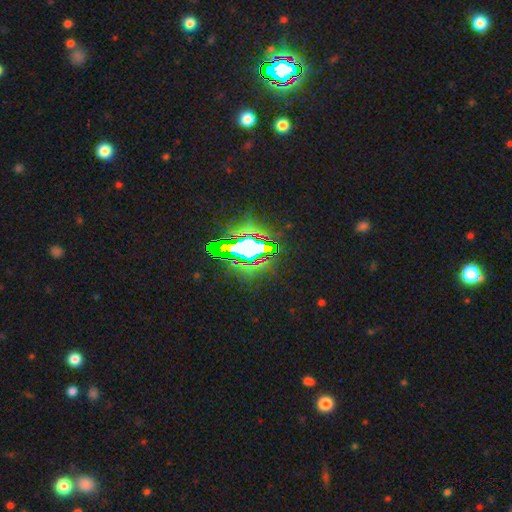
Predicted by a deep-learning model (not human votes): This is clearly a star or artifact rather than a galaxy (82%).